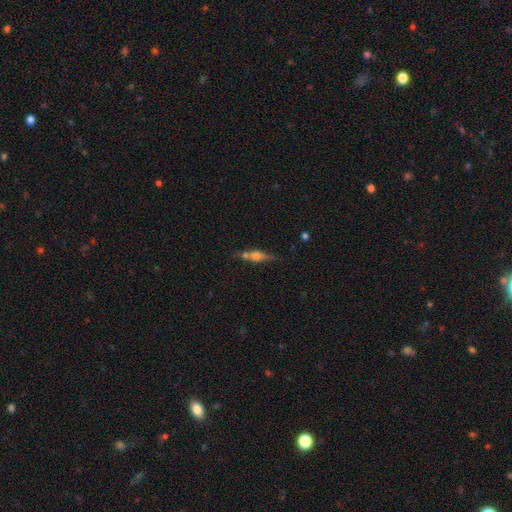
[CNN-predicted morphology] Overall: featured or disk (62%; smooth 28%). Edge-on disk: yes (90%). Edge-on bulge: rounded (90%). Merging: none (61%).